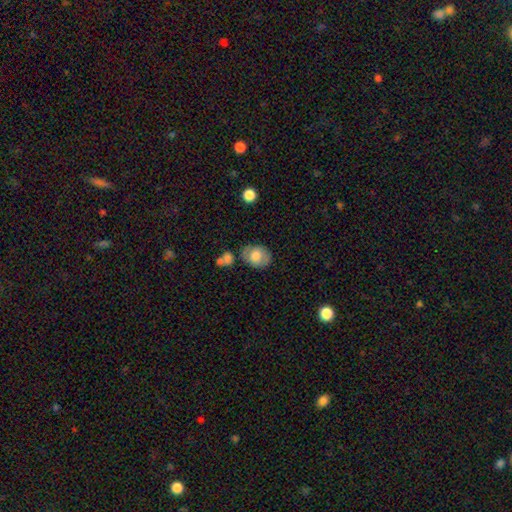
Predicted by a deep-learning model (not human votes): A smooth galaxy with no disk features (69%) that is in between round and cigar-shaped (61%). Merging: none (68%).